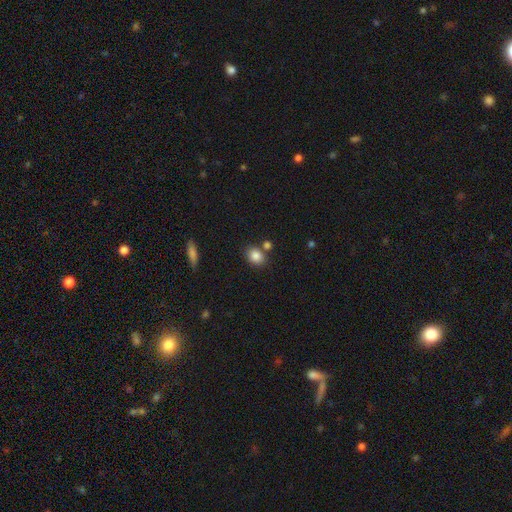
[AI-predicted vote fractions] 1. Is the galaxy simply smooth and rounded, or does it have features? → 85% smooth, 9% star or artifact, 6% featured or disk.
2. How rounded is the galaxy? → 52% in between, 46% round, 1% cigar-shaped.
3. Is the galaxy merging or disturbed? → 69% none, 16% merger, 12% minor disturbance, 3% major disturbance.